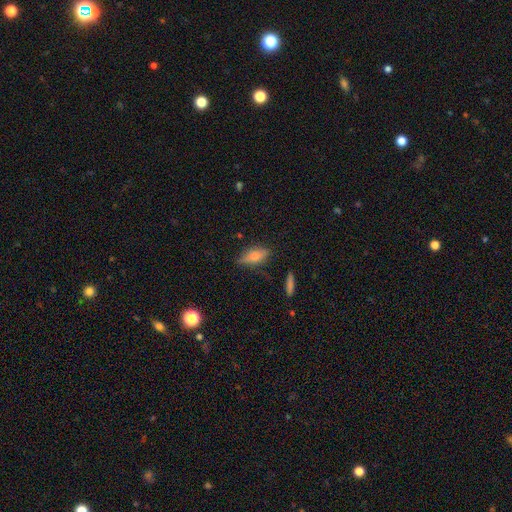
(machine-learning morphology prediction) A smooth galaxy with no disk features (57%) that is in between round and cigar-shaped (69%).

Vote fractions:
- Smooth or featured? smooth: 57% / featured or disk: 33% / star or artifact: 10%
- How rounded? in between: 69% / cigar-shaped: 25% / round: 5%
- Merging? none: 74% / minor disturbance: 19% / major disturbance: 5% / merger: 2%